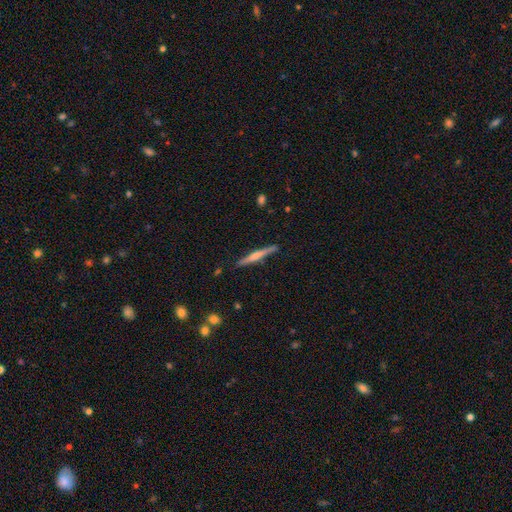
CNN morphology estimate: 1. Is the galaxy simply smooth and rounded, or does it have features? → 69% featured or disk, 25% smooth, 6% star or artifact.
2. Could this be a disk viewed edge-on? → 98% yes, 2% no.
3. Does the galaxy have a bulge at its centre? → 74% rounded, 17% none, 10% boxy.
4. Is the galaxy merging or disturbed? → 90% none, 8% minor disturbance, 1% merger, 1% major disturbance.